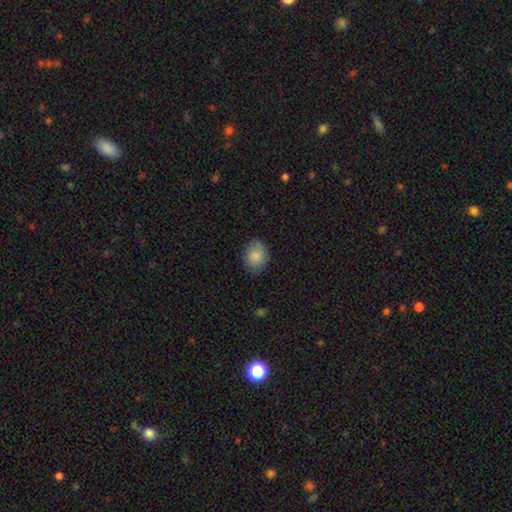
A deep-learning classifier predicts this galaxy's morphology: A smooth galaxy with no disk features (86%) that is in between round and cigar-shaped (58%). Merging: none (77%).